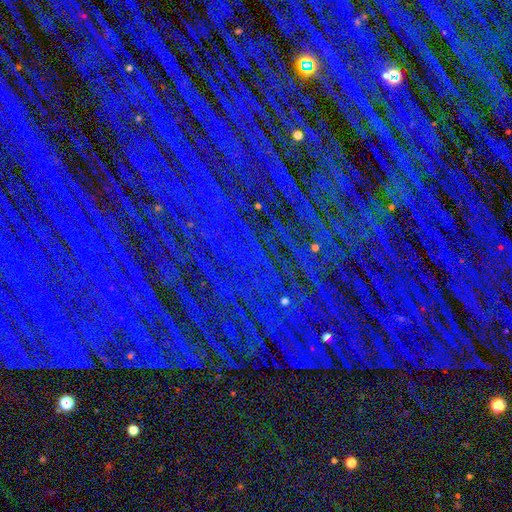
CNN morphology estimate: The model was most divided on "smooth or featured": star or artifact: 88%, featured or disk: 6%, smooth: 6%.